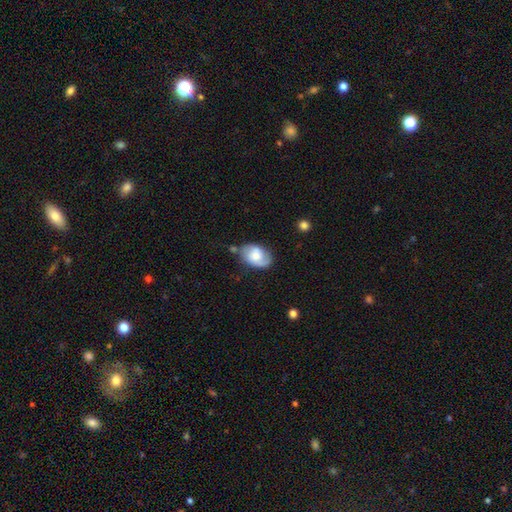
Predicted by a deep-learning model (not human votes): Smooth or featured: featured or disk — 51% (smooth — 42%)
Edge-on disk: no — 96% (yes — 4%)
Merging: none — 62% (minor disturbance — 25%)